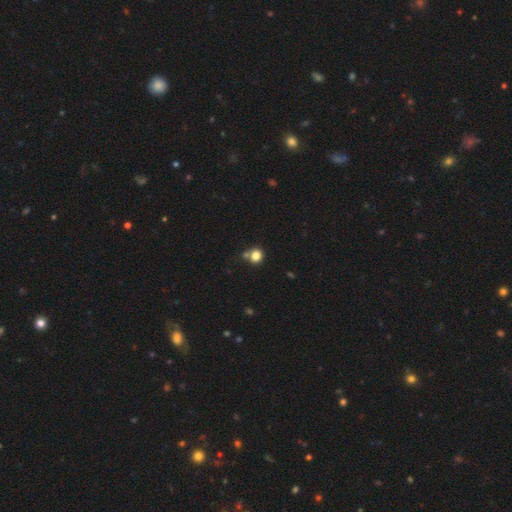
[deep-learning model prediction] Morphology: type=smooth (82%); roundness=round (75%); merging=none (62%).